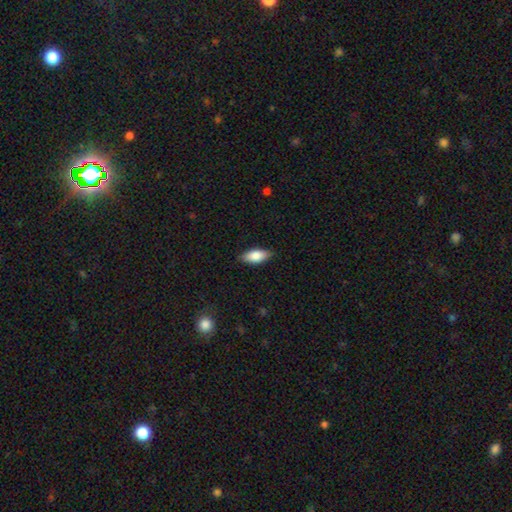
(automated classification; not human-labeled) Smooth or featured: smooth — 80% (featured or disk — 13%)
How rounded: in between — 84% (cigar-shaped — 13%)
Merging: none — 85% (minor disturbance — 12%)